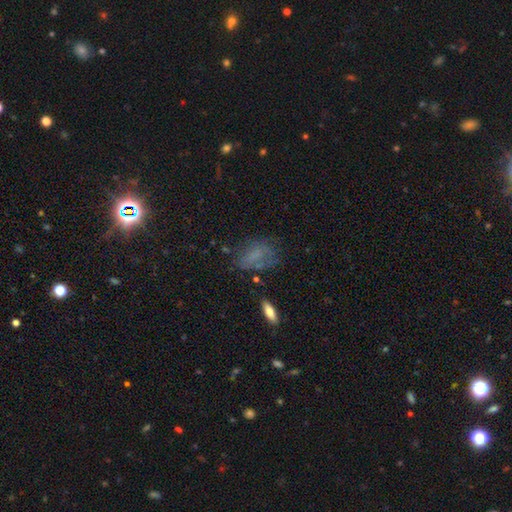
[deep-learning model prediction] A smooth galaxy with no disk features (55%) that is in between round and cigar-shaped (82%). Merging: none (52%).